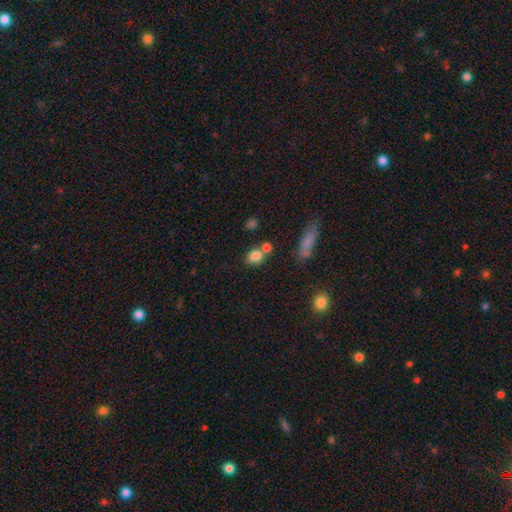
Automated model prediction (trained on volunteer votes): The model was most divided on "how rounded": round: 52%, in between: 45%, cigar-shaped: 3%. More confident: smooth or featured — smooth (80%); merging — none (51%).